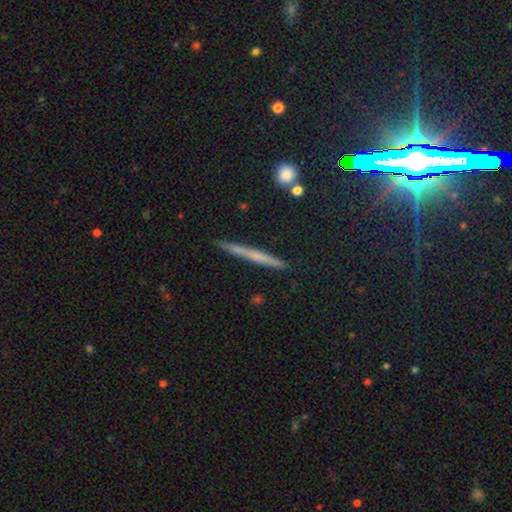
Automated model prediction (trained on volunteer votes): This appears to be a featured or disk galaxy (47%). Merging: none (90%).